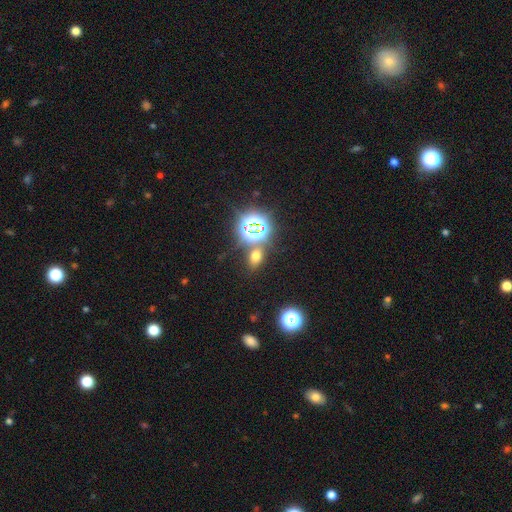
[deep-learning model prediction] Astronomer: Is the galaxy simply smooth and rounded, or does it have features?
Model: smooth — 55% (runner-up: star or artifact, 36%).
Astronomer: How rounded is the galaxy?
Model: in between — 66%.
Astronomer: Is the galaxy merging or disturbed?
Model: none — 77%.